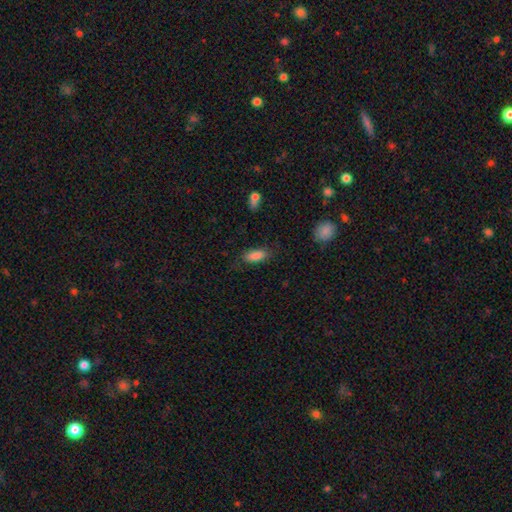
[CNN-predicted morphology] Smooth or featured: smooth — 85% (star or artifact — 8%)
How rounded: in between — 78% (cigar-shaped — 20%)
Merging: none — 78% (minor disturbance — 16%)